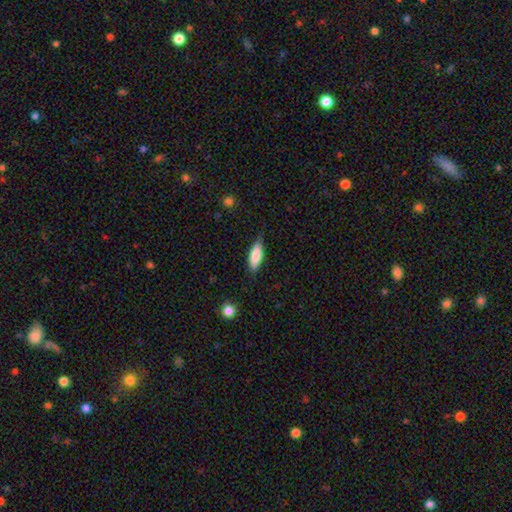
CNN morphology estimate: This is clearly a smooth galaxy (81%). How rounded: likely in between (67%). Merging: likely none (78%).